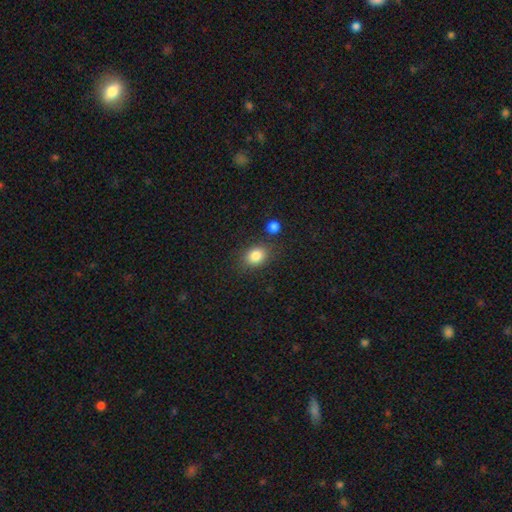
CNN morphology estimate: Smooth or featured?
  - smooth: 84% *
  - star or artifact: 10%
  - featured or disk: 6%
How rounded?
  - in between: 56% *
  - round: 43%
  - cigar-shaped: 1%
Merging?
  - none: 77% *
  - minor disturbance: 12%
  - merger: 7%
  - major disturbance: 4%